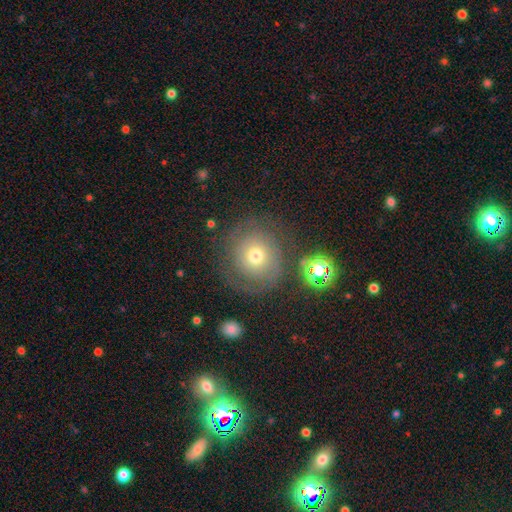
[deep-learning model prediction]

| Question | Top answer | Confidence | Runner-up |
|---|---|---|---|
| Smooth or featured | featured or disk | 44% | smooth (43%) |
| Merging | none | 71% | minor disturbance (15%) |